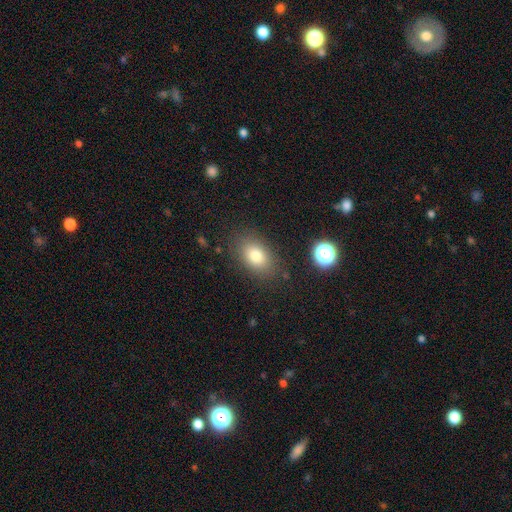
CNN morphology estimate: Smooth or featured? smooth (79%)
How rounded? in between (80%)
Merging? none (83%)